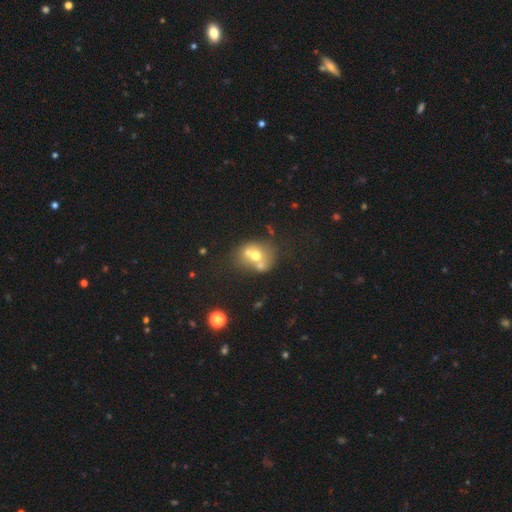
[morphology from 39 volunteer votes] A smooth galaxy with no disk features (51%) that is round (65%). Merging: merger (54%).